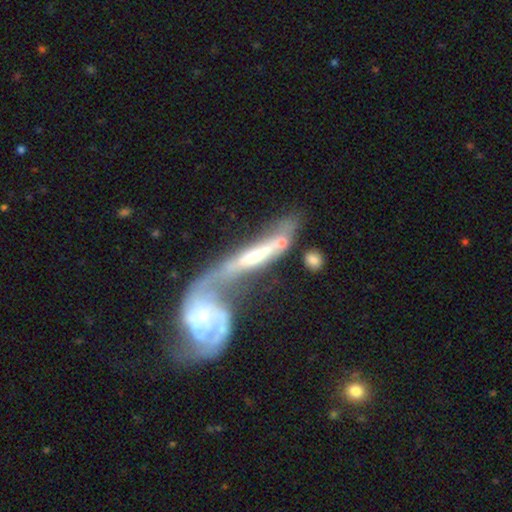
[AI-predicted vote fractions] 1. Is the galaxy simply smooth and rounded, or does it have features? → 70% featured or disk, 23% smooth, 6% star or artifact.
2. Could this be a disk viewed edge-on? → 60% no, 40% yes.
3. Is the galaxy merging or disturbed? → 72% merger, 11% none, 11% major disturbance, 7% minor disturbance.